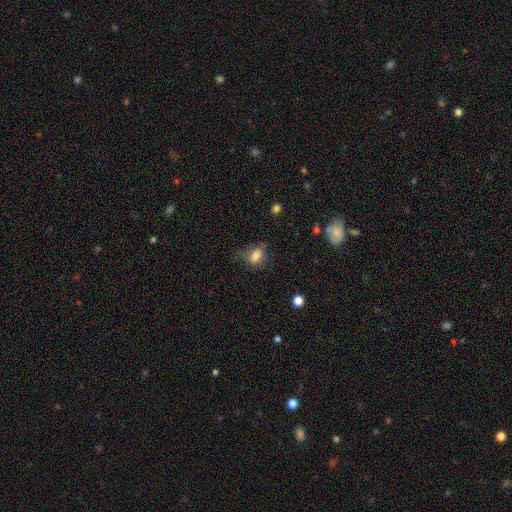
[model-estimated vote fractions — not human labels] smooth 73%, featured or disk 16%, star or artifact 11%. Down the decision tree: how rounded — in between (78%); merging — none (46%).